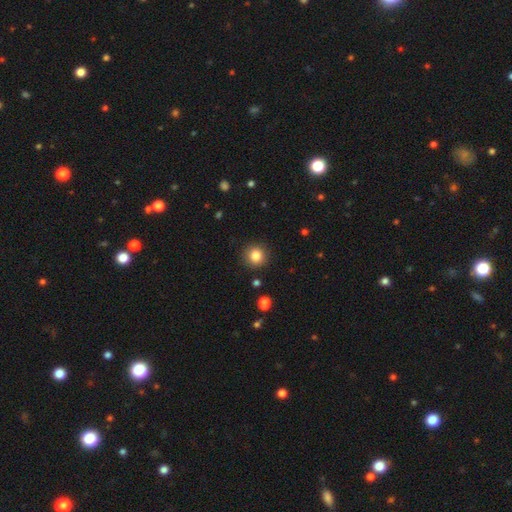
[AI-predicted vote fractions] A smooth galaxy with no disk features (84%) that is round (93%).

Vote fractions:
- Smooth or featured? smooth: 84% / star or artifact: 11% / featured or disk: 5%
- How rounded? round: 93% / in between: 6% / cigar-shaped: 1%
- Merging? none: 90% / minor disturbance: 7% / major disturbance: 2% / merger: 1%